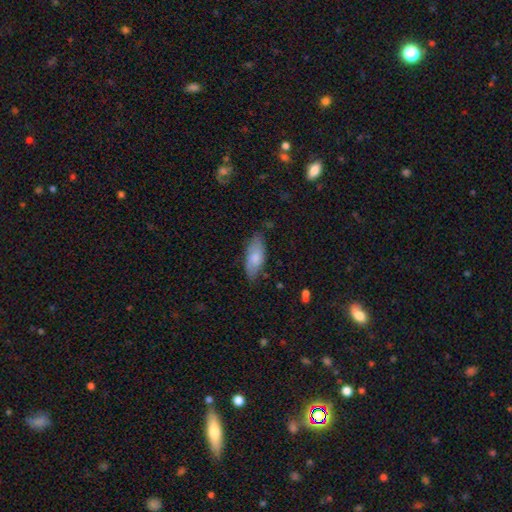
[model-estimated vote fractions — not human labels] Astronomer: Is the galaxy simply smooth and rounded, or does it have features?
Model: smooth — 70%.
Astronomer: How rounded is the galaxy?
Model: in between — 77%.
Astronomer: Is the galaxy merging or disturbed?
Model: none — 77%.